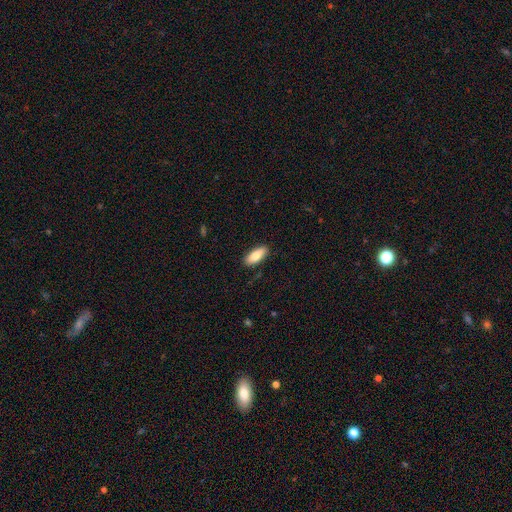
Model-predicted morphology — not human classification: A smooth galaxy with no disk features (79%) that is in between round and cigar-shaped (80%).

Vote fractions:
- Smooth or featured? smooth: 79% / featured or disk: 15% / star or artifact: 6%
- How rounded? in between: 80% / cigar-shaped: 18% / round: 2%
- Merging? none: 89% / minor disturbance: 9% / major disturbance: 2% / merger: 1%